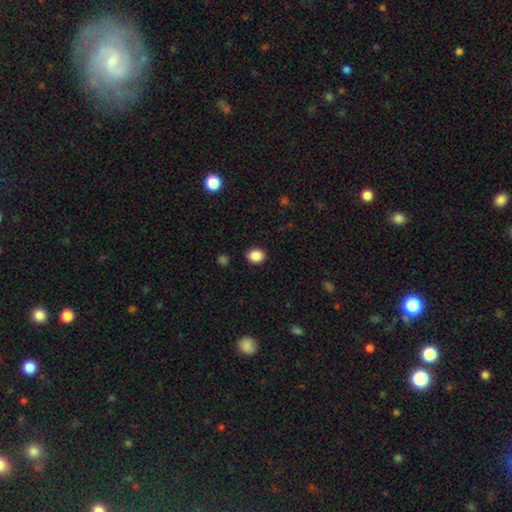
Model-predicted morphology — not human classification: A smooth galaxy with no disk features (88%) that is round (64%).

Vote fractions:
- Smooth or featured? smooth: 88% / star or artifact: 9% / featured or disk: 3%
- How rounded? round: 64% / in between: 36% / cigar-shaped: 1%
- Merging? none: 89% / minor disturbance: 7% / major disturbance: 2% / merger: 1%